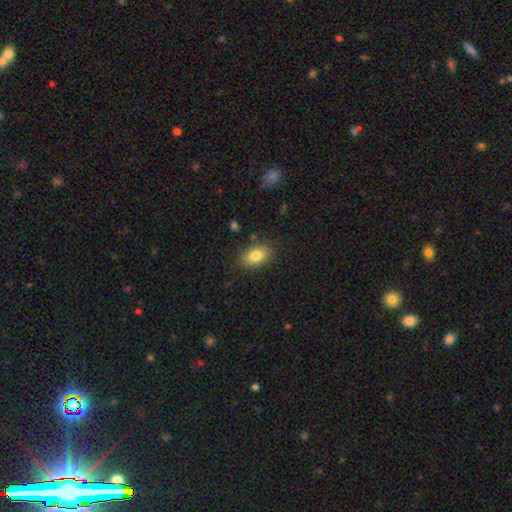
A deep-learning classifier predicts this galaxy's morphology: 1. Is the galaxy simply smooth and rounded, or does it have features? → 83% smooth, 9% featured or disk, 9% star or artifact.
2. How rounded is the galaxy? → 85% in between, 14% round, 2% cigar-shaped.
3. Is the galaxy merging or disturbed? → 82% none, 12% minor disturbance, 3% major disturbance, 2% merger.